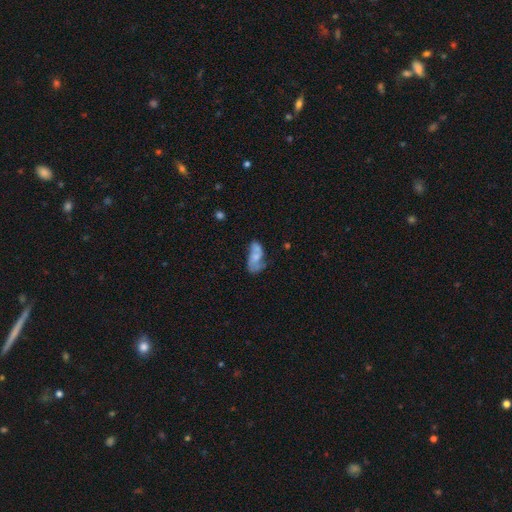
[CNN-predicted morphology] Overall: smooth (51%; featured or disk 40%). How rounded: in between (87%). Merging: none (32%; minor disturbance 27%).